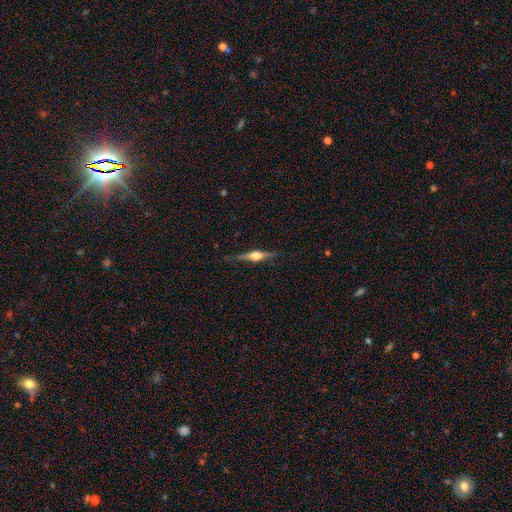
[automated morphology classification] smooth_or_featured: featured or disk (p=0.70) [alt: smooth p=0.24]
disk_edge_on: yes (p=0.97) [alt: no p=0.03]
edge_on_bulge: rounded (p=0.89) [alt: boxy p=0.08]
merging: none (p=0.81) [alt: minor disturbance p=0.14]